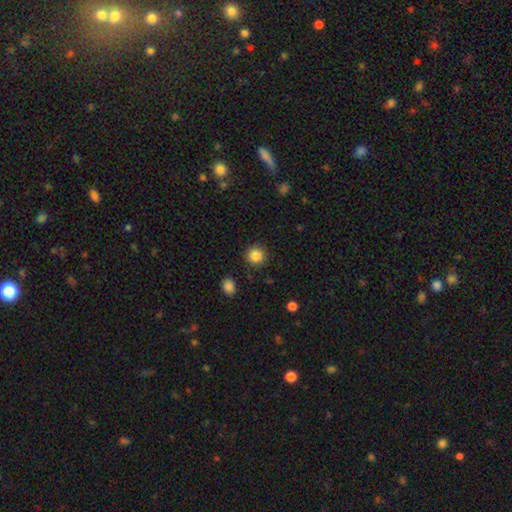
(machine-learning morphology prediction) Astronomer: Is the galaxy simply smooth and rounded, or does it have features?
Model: smooth — 85%.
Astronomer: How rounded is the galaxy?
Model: round — 94%.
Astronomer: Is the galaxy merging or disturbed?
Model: none — 90%.